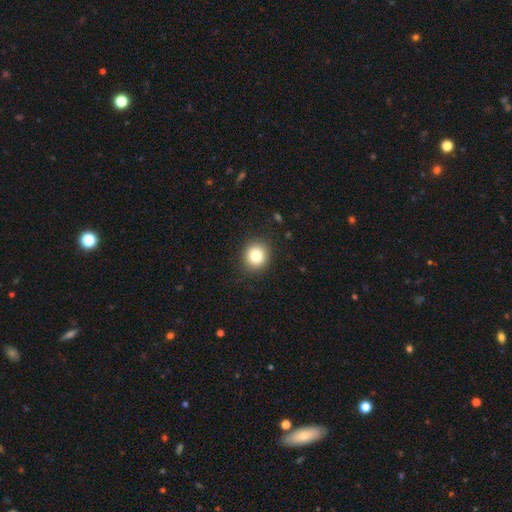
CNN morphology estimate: Smooth or featured? smooth (82%)
How rounded? round (86%)
Merging? none (90%)